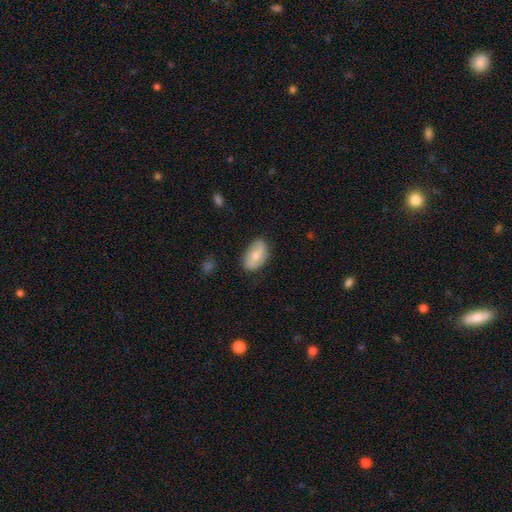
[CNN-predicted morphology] Smooth or featured?
  - smooth: 62% *
  - featured or disk: 32%
  - star or artifact: 6%
How rounded?
  - in between: 92% *
  - round: 6%
  - cigar-shaped: 2%
Merging?
  - none: 77% *
  - minor disturbance: 19%
  - major disturbance: 4%
  - merger: 1%